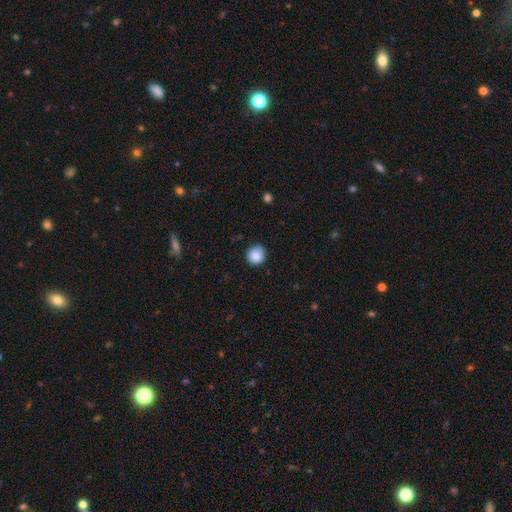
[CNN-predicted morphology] Q: Smooth or featured?
A: smooth (87%); runner-up: star or artifact (9%)
Q: How rounded?
A: round (91%); runner-up: in between (8%)
Q: Merging?
A: none (85%); runner-up: minor disturbance (12%)